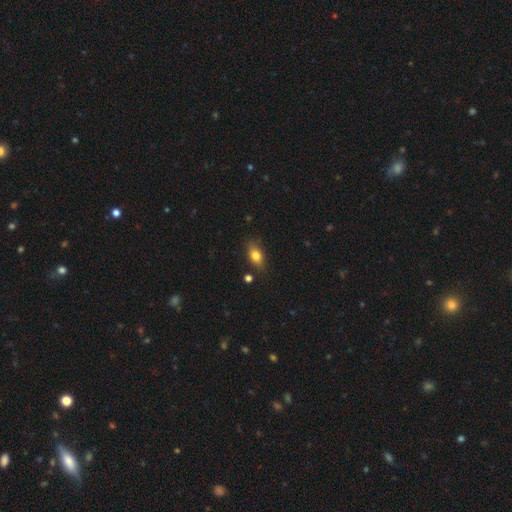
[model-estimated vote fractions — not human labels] Morphology: type=smooth (76%); roundness=in between (78%); merging=none (77%).